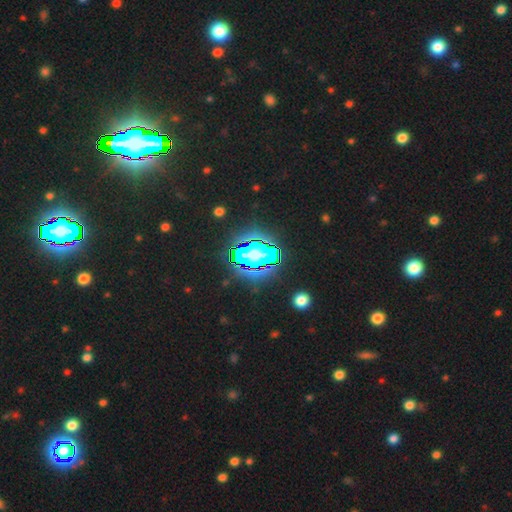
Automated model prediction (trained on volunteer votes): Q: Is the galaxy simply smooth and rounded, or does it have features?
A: star or artifact — 73%.